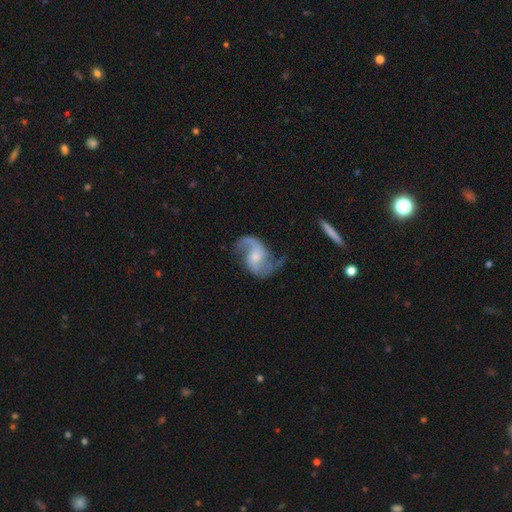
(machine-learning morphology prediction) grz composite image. It shows a featured or disk galaxy (89%) with no bar (51%), 2 (91%) loose (61%) spiral arms (97%) and a moderate central bulge (42%). Merging: none (67%).